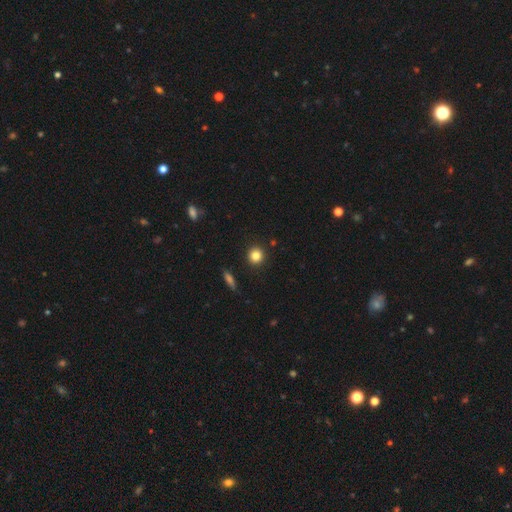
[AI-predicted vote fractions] smooth 84%, star or artifact 11%, featured or disk 6%. Down the decision tree: how rounded — round (92%); merging — none (91%).